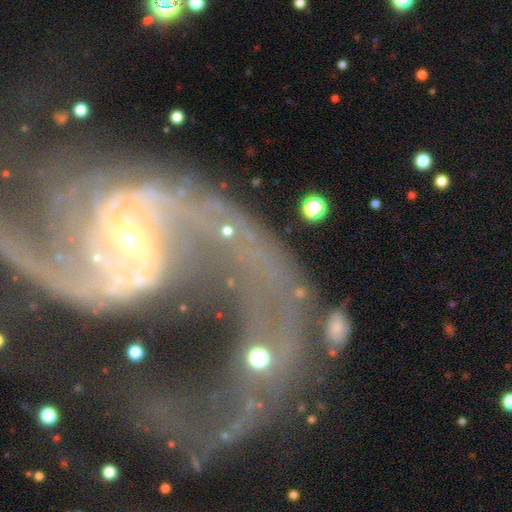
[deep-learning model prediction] Smooth or featured? featured or disk (90%)
Edge-on disk? no (98%)
Bar? weak (42%)
Spiral arms? yes (96%)
Spiral winding? loose (65%)
Spiral arm count? 2 (83%)
Bulge size? small (66%)
Merging? major disturbance (39%)